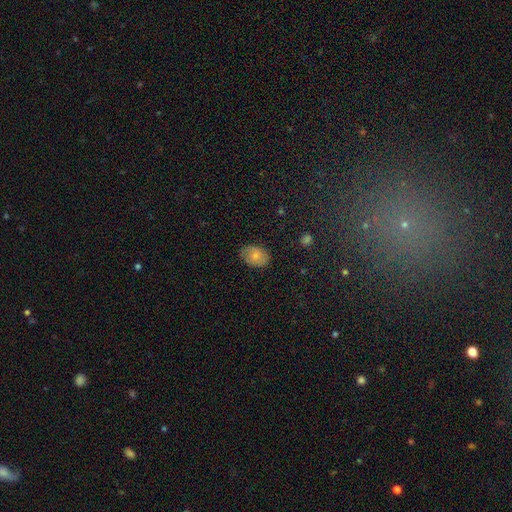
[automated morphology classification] Smooth or featured?
  - smooth: 70% *
  - featured or disk: 22%
  - star or artifact: 8%
How rounded?
  - in between: 77% *
  - round: 22%
  - cigar-shaped: 1%
Merging?
  - none: 78% *
  - minor disturbance: 17%
  - major disturbance: 4%
  - merger: 1%